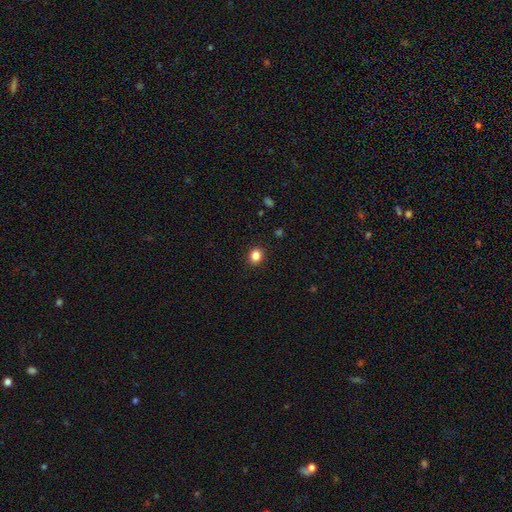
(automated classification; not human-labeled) smooth 84%, star or artifact 11%, featured or disk 4%. Down the decision tree: how rounded — round (66%); merging — none (91%).